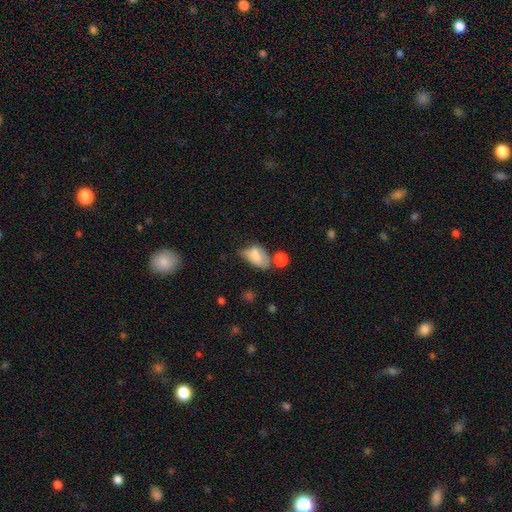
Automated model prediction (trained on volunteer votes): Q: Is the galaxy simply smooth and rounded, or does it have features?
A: smooth — 71%.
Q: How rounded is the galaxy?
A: in between — 89%.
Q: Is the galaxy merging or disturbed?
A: minor disturbance — 31%.